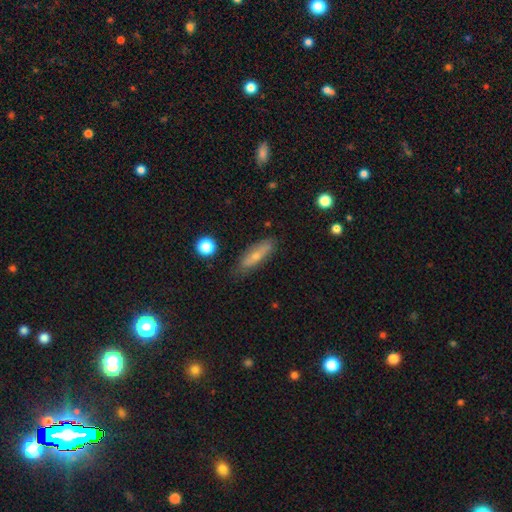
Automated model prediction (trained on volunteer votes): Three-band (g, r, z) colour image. It shows a smooth galaxy with no disk features (62%) that is cigar-shaped (62%). Merging: none (80%).